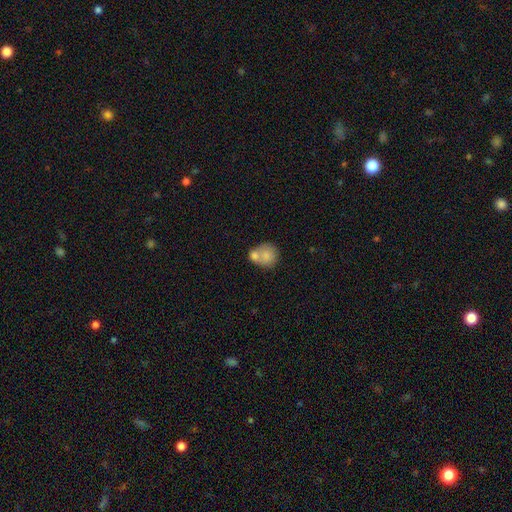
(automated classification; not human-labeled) This is likely a smooth galaxy (74%). How rounded: likely round (77%). Merging: possibly merger (53%).